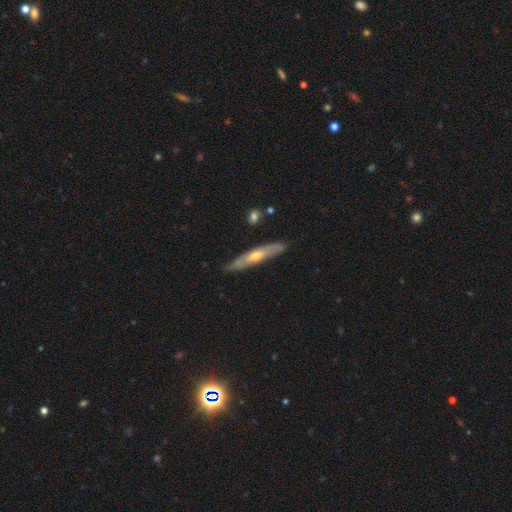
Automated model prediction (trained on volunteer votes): featured or disk 65%, smooth 28%, star or artifact 7%. Down the decision tree: edge-on disk — yes (76%); merging — none (84%).